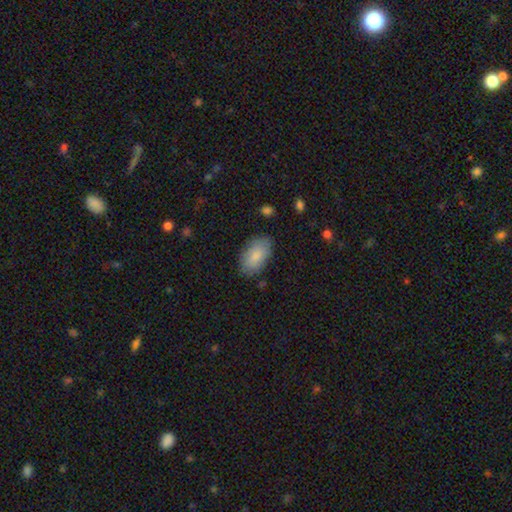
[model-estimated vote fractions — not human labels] smooth_or_featured: smooth (p=0.85) [alt: featured or disk p=0.09]
how_rounded: in between (p=0.94) [alt: round p=0.04]
merging: none (p=0.82) [alt: minor disturbance p=0.13]